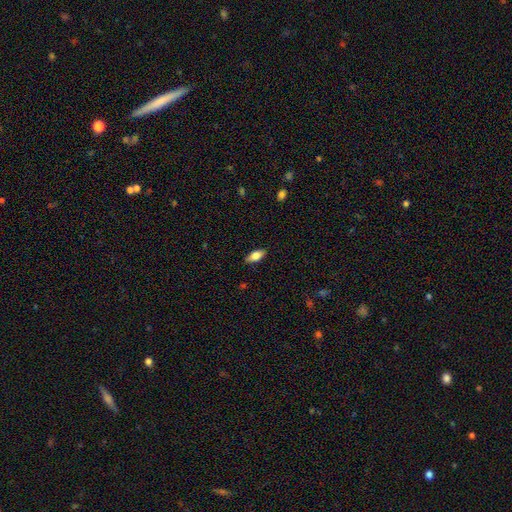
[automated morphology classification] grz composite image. It shows a smooth galaxy with no disk features (76%) that is in between round and cigar-shaped (84%). Merging: none (87%).